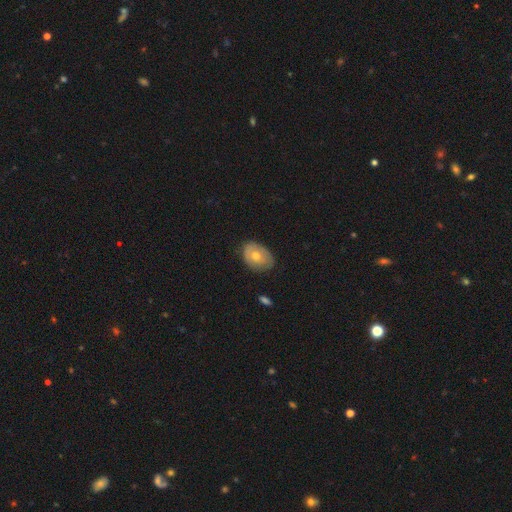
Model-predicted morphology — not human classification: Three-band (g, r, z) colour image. It shows a smooth galaxy with no disk features (52%) that is in between round and cigar-shaped (73%). Merging: none (75%).